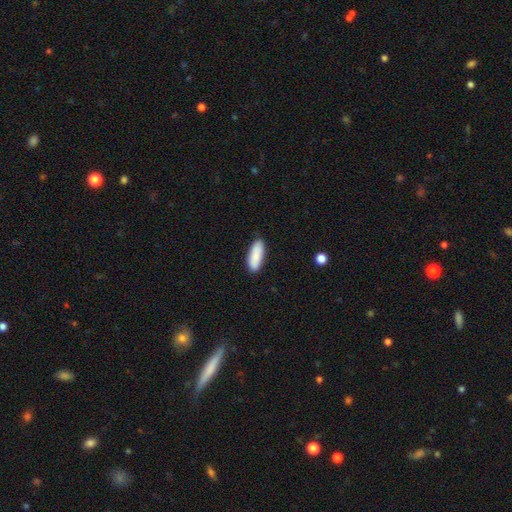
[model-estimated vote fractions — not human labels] Smooth or featured? Predicted: smooth (p=0.88). How rounded? Predicted: in between (p=0.69). Merging? Predicted: none (p=0.86).